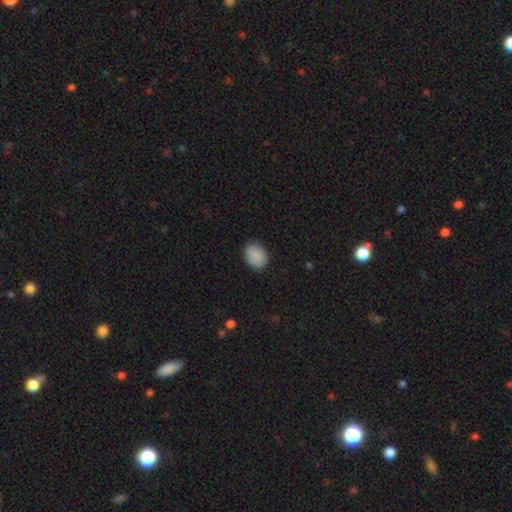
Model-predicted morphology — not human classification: This appears to be a smooth galaxy with no disk features (88%) that is in between round and cigar-shaped (60%). Merging: none (85%).